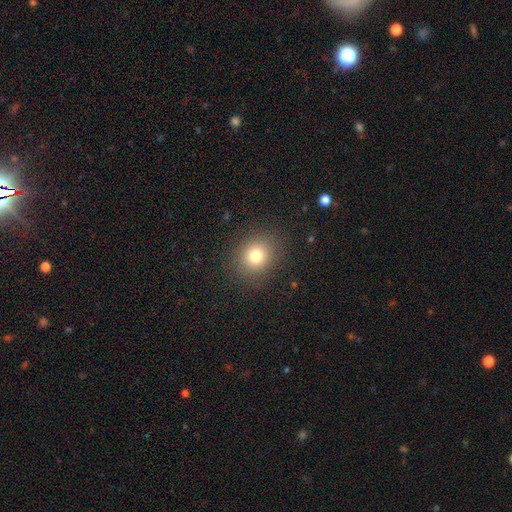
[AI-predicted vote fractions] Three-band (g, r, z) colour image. It shows a smooth galaxy with no disk features (77%) that is round (78%). Merging: none (88%).